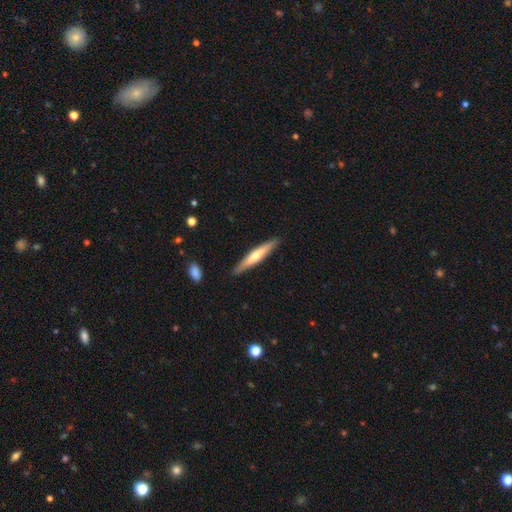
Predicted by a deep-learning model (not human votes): smooth_or_featured: featured or disk (p=0.49) [alt: smooth p=0.45]
merging: none (p=0.89) [alt: minor disturbance p=0.08]